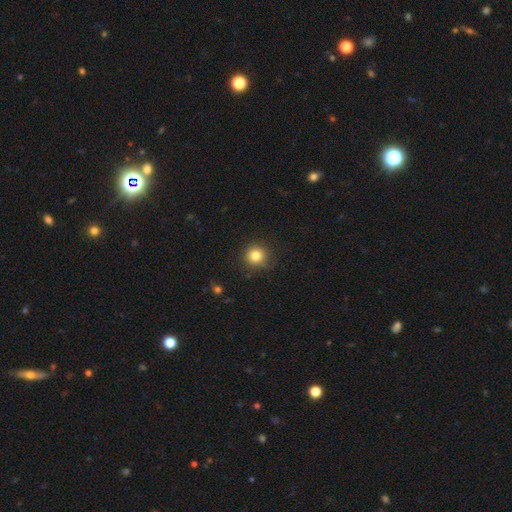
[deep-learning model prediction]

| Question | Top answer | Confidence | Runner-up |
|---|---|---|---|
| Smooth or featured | smooth | 83% | star or artifact (12%) |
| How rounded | round | 93% | in between (6%) |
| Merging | none | 87% | minor disturbance (9%) |